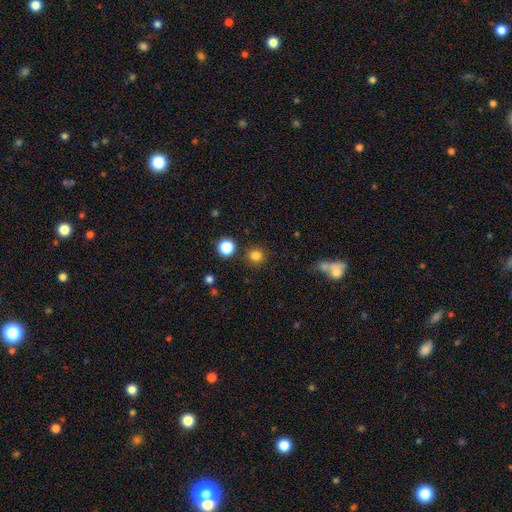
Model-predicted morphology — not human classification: This is clearly a smooth galaxy (81%). How rounded: clearly round (93%). Merging: clearly none (87%).